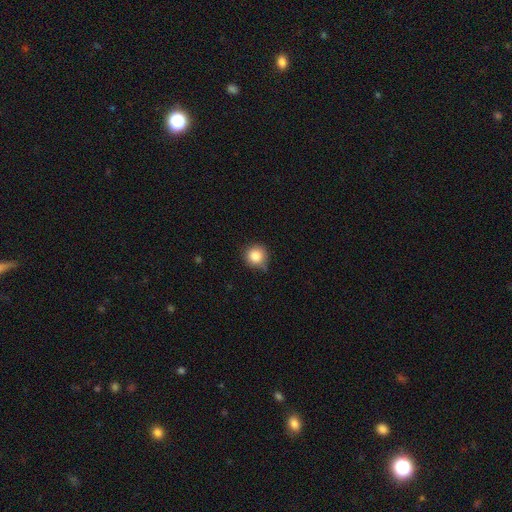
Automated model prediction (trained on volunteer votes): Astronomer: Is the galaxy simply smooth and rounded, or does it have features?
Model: smooth — 85%.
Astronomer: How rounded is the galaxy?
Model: round — 94%.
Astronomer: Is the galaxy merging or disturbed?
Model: none — 76%.